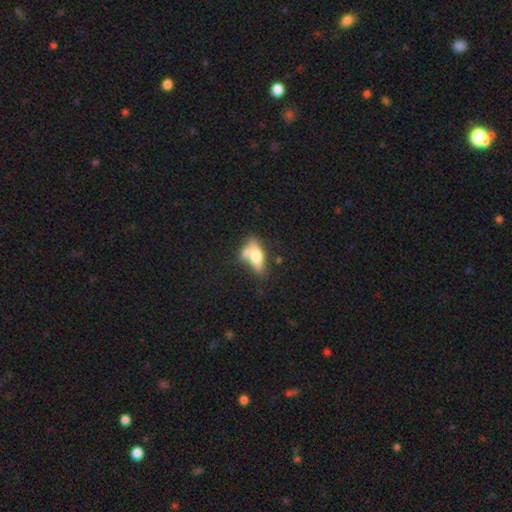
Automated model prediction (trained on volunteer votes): Q: Smooth or featured?
A: smooth (63%); runner-up: featured or disk (30%)
Q: How rounded?
A: in between (75%); runner-up: cigar-shaped (20%)
Q: Merging?
A: merger (39%); runner-up: none (35%)